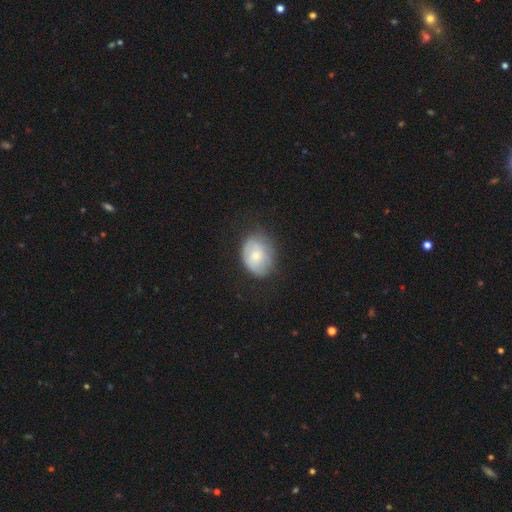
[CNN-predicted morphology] This appears to be a smooth galaxy with no disk features (69%) that is in between round and cigar-shaped (63%). Merging: none (60%).